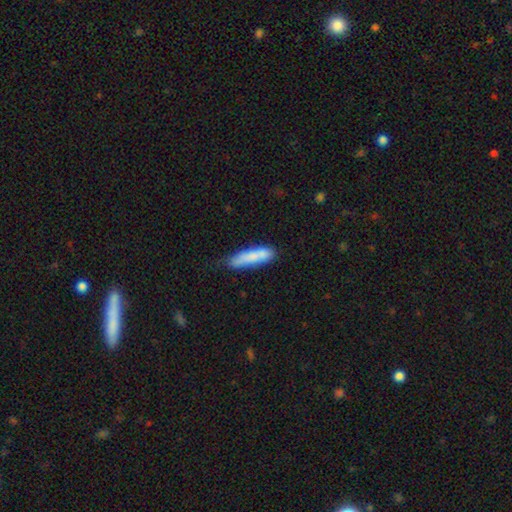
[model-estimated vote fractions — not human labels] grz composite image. It shows a smooth galaxy with no disk features (79%) that is cigar-shaped (75%). Merging: none (64%).